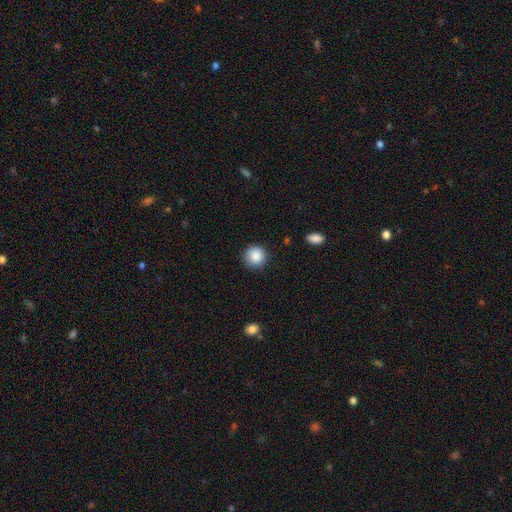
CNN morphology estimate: smooth 88%, star or artifact 9%, featured or disk 4%. Down the decision tree: how rounded — round (93%); merging — none (87%).